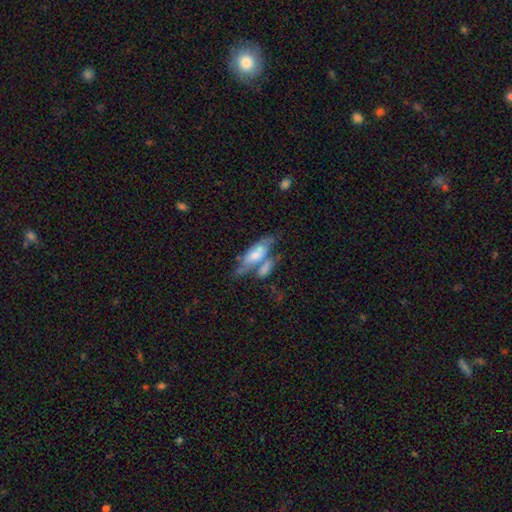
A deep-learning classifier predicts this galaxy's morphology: smooth 49%, featured or disk 45%, star or artifact 6%. Down the decision tree: merging — merger (47%).